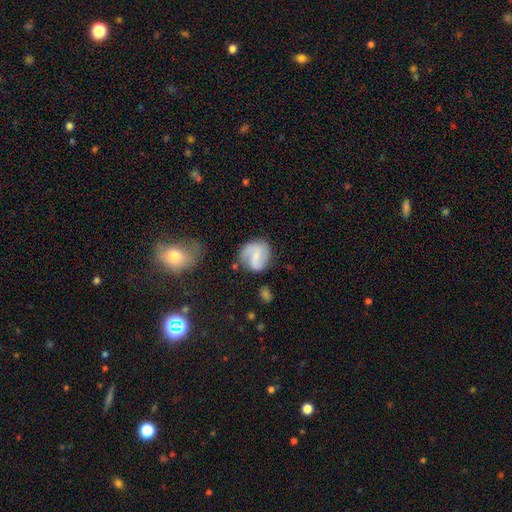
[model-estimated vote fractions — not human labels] Smooth or featured? Predicted: featured or disk (p=0.56). Edge-on disk? Predicted: no (p=0.97). Bar? Predicted: weak (p=0.48). Spiral arms? Predicted: yes (p=0.86). Bulge size? Predicted: small (p=0.56). Merging? Predicted: none (p=0.63).